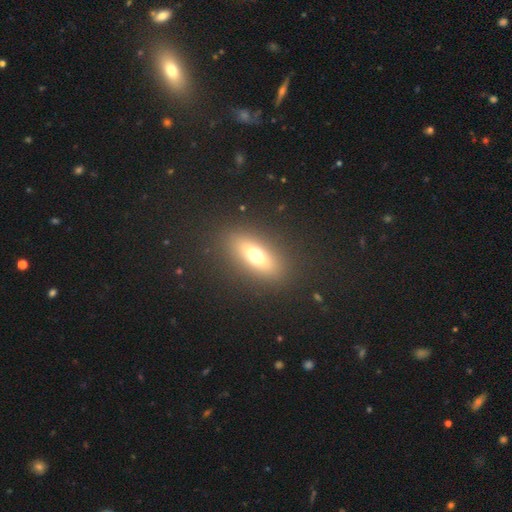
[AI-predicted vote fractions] smooth 60%, featured or disk 27%, star or artifact 13%. Down the decision tree: how rounded — in between (65%); merging — none (87%).